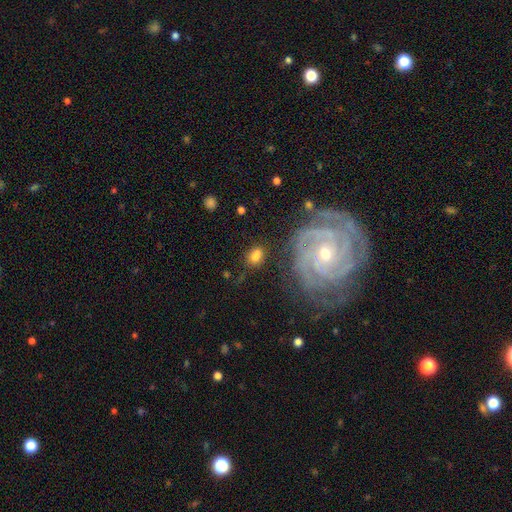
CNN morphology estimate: smooth_or_featured: smooth (p=0.64) [alt: featured or disk p=0.25]
how_rounded: in between (p=0.63) [alt: round p=0.35]
merging: none (p=0.62) [alt: minor disturbance p=0.18]